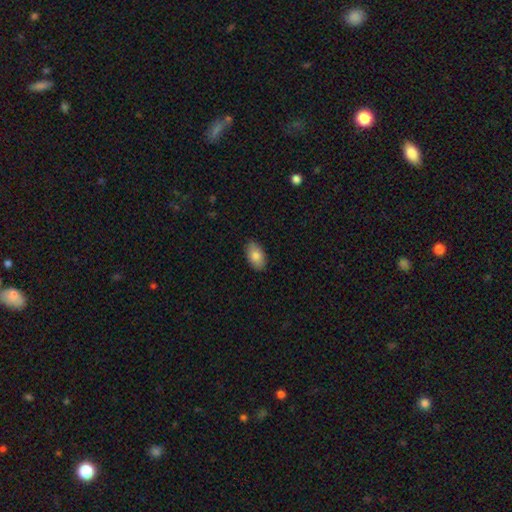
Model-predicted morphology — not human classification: Smooth or featured: smooth — 82% (featured or disk — 12%)
How rounded: in between — 93% (round — 6%)
Merging: none — 88% (minor disturbance — 9%)